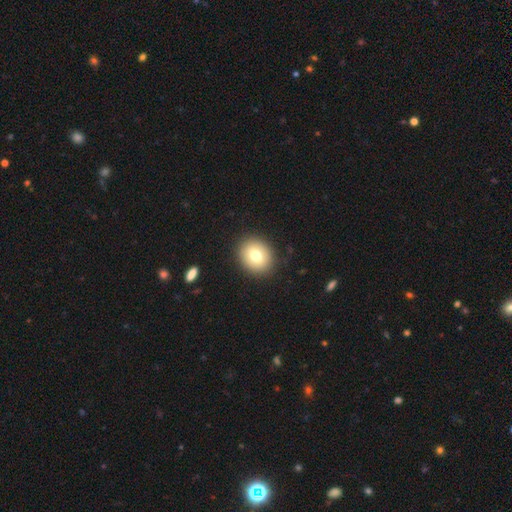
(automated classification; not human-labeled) A smooth galaxy with no disk features (74%) that is round (57%).

Vote fractions:
- Smooth or featured? smooth: 74% / featured or disk: 17% / star or artifact: 9%
- How rounded? round: 57% / in between: 42% / cigar-shaped: 1%
- Merging? none: 89% / minor disturbance: 7% / major disturbance: 3% / merger: 1%